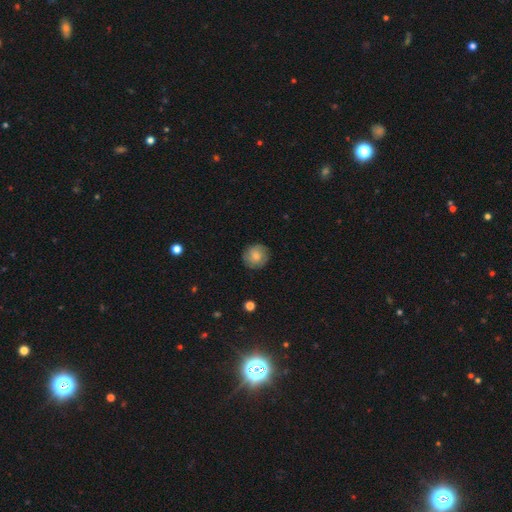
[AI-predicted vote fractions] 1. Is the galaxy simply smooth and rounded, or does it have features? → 66% smooth, 26% featured or disk, 8% star or artifact.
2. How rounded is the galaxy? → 91% round, 8% in between, 1% cigar-shaped.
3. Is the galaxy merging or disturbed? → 85% none, 11% minor disturbance, 3% major disturbance, 1% merger.